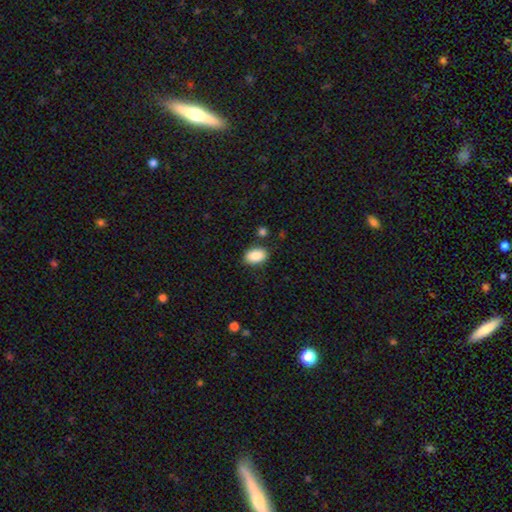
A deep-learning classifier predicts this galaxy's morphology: Smooth or featured?
  - smooth: 89% *
  - star or artifact: 7%
  - featured or disk: 4%
How rounded?
  - in between: 89% *
  - round: 9%
  - cigar-shaped: 1%
Merging?
  - none: 81% *
  - minor disturbance: 12%
  - merger: 4%
  - major disturbance: 3%